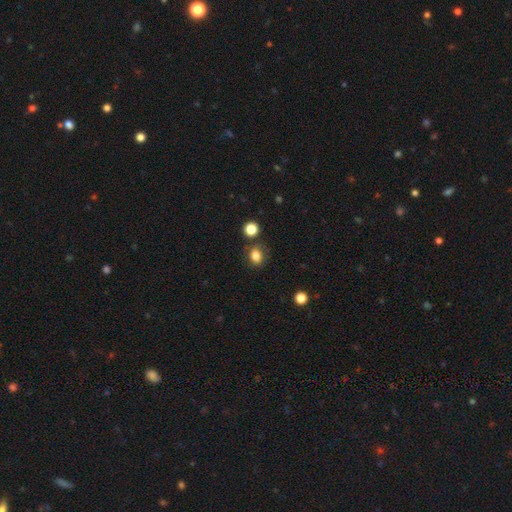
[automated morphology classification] Smooth or featured? smooth (82%)
How rounded? in between (53%)
Merging? none (76%)